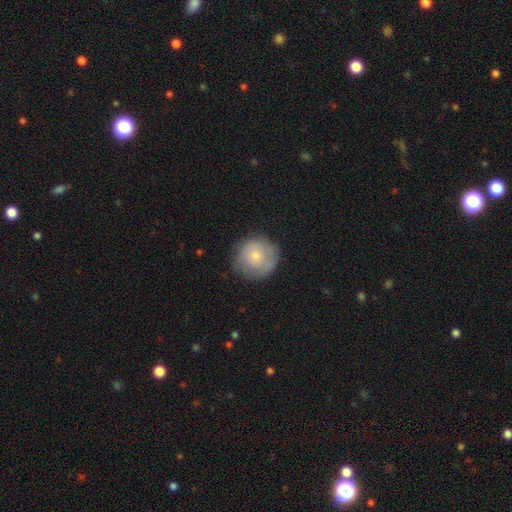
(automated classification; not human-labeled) A smooth galaxy with no disk features (64%) that is round (92%).

Vote fractions:
- Smooth or featured? smooth: 64% / featured or disk: 29% / star or artifact: 7%
- How rounded? round: 92% / in between: 8% / cigar-shaped: 1%
- Merging? none: 70% / minor disturbance: 22% / major disturbance: 6% / merger: 1%